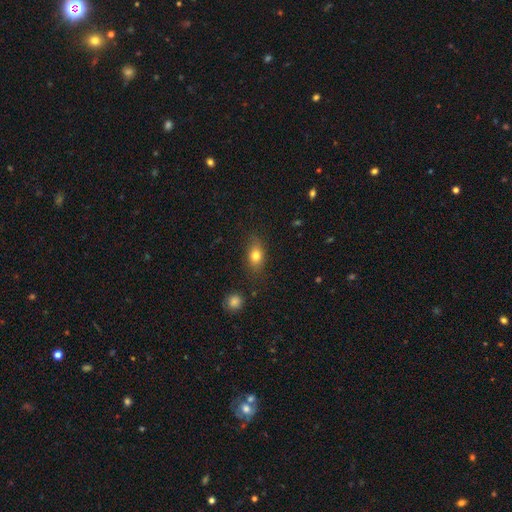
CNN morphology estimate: smooth-or-featured: smooth: 79% | featured or disk: 11% | star or artifact: 10%
  how-rounded: in between: 76% | round: 20% | cigar-shaped: 4%
  merging: none: 78% | minor disturbance: 15% | major disturbance: 4% | merger: 2%